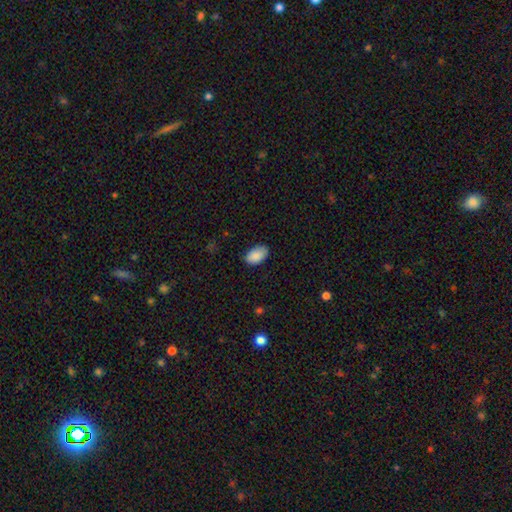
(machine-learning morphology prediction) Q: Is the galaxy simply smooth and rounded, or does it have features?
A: smooth — 89%.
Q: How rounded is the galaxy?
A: in between — 93%.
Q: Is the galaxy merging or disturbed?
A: none — 83%.